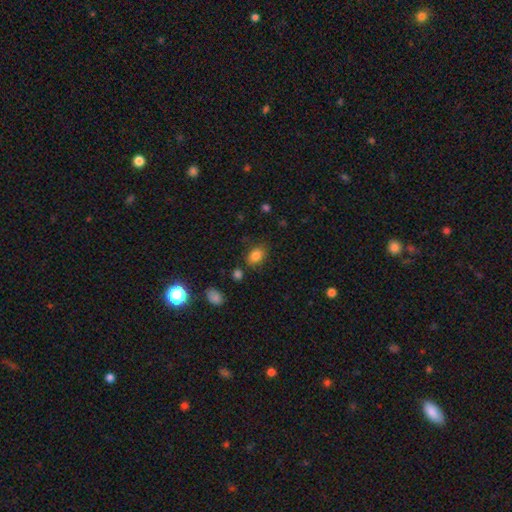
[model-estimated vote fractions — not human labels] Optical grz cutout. It shows a smooth galaxy with no disk features (82%) that is in between round and cigar-shaped (64%). Merging: none (77%).